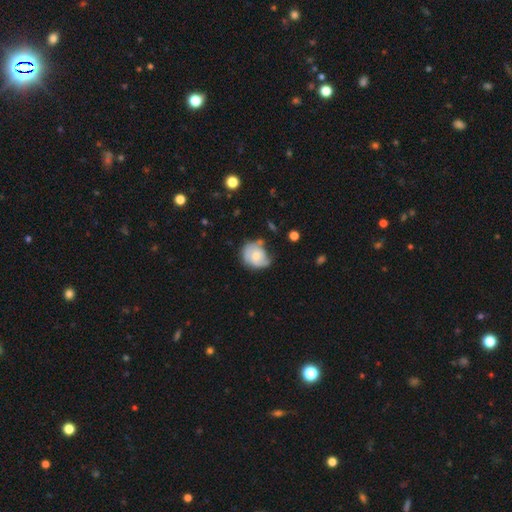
Overall: featured or disk (57%; smooth 32%). Edge-on disk: no (100%). Bar: no (65%; weak 30%). Spiral arms: yes (96%). Spiral arm count: 2 (68%). Spiral winding: tight (55%; medium 32%). Bulge size: moderate (61%; small 30%). Merging: minor disturbance (50%; none 39%).